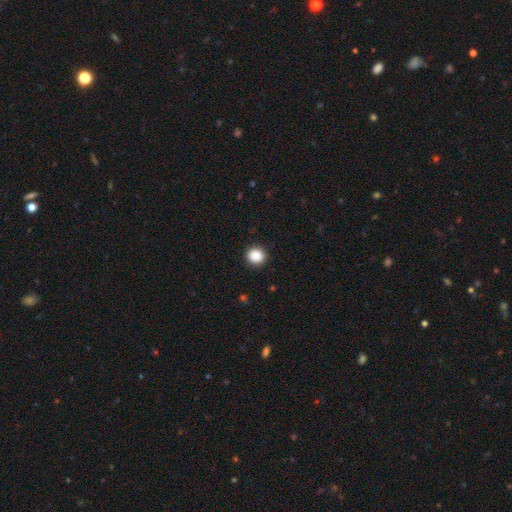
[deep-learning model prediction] smooth 88%, star or artifact 9%, featured or disk 2%. Down the decision tree: how rounded — round (90%); merging — none (92%).